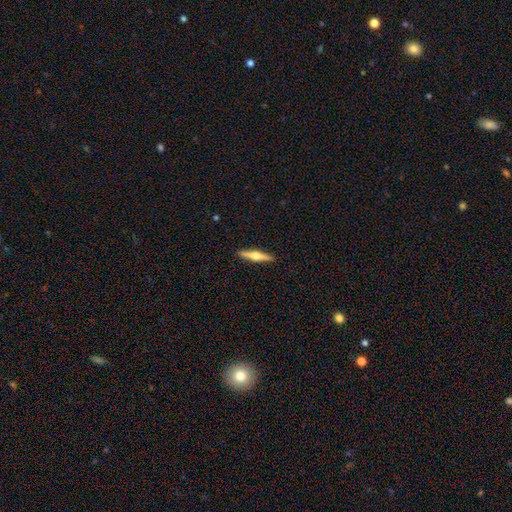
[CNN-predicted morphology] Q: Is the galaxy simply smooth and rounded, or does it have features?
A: featured or disk — 65%.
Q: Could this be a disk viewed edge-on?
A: yes — 97%.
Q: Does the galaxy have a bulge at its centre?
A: rounded — 95%.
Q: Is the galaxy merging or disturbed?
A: none — 92%.